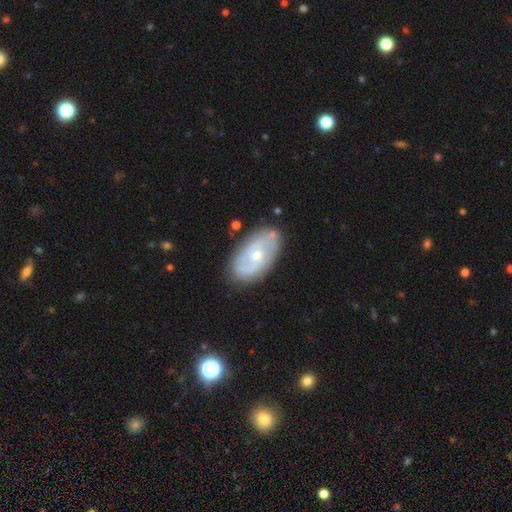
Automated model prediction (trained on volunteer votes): Smooth or featured? featured or disk (74%)
Edge-on disk? no (94%)
Bar? no (62%)
Spiral arms? yes (84%)
Spiral winding? medium (43%)
Spiral arm count? 2 (68%)
Bulge size? small (57%)
Merging? none (79%)